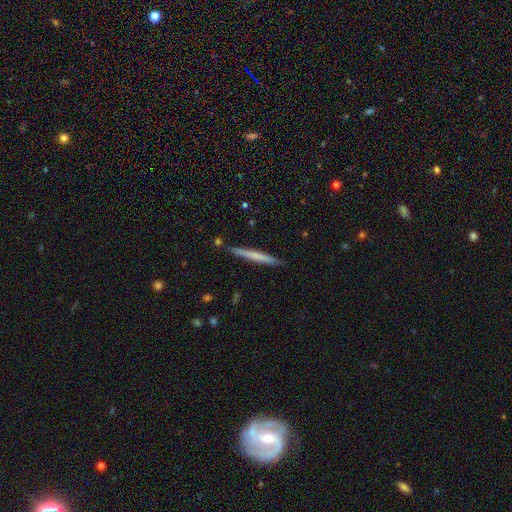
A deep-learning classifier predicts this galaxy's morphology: Overall: smooth (54%; featured or disk 40%). How rounded: cigar-shaped (97%). Merging: none (88%).